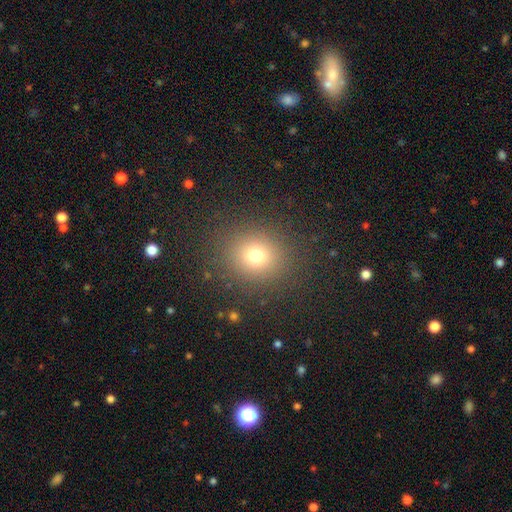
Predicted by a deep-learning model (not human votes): The model was most divided on "smooth or featured": smooth: 73%, star or artifact: 18%, featured or disk: 9%. More confident: merging — none (88%); how rounded — round (79%).